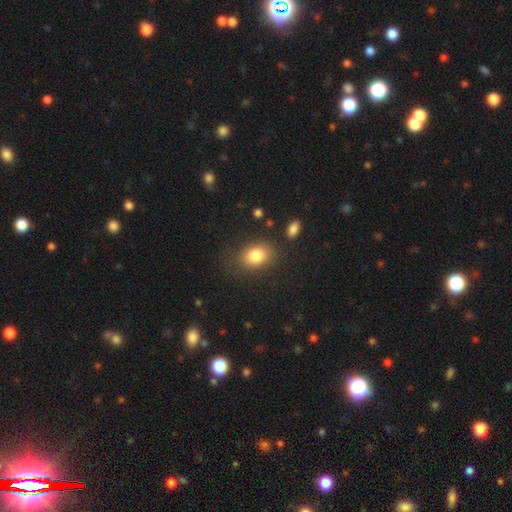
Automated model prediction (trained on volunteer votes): A smooth galaxy with no disk features (82%) that is in between round and cigar-shaped (70%).

Vote fractions:
- Smooth or featured? smooth: 82% / star or artifact: 9% / featured or disk: 9%
- How rounded? in between: 70% / round: 29% / cigar-shaped: 1%
- Merging? none: 77% / minor disturbance: 14% / major disturbance: 6% / merger: 3%